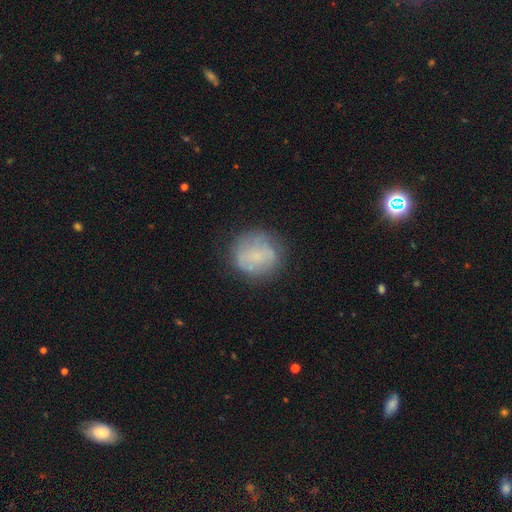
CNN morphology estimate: Overall: smooth (55%; featured or disk 35%). How rounded: round (82%). Merging: none (70%).